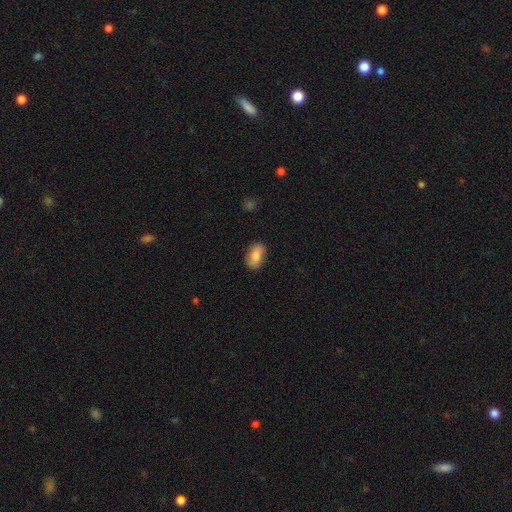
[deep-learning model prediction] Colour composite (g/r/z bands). It shows a smooth galaxy with no disk features (83%) that is in between round and cigar-shaped (91%). Merging: none (84%).